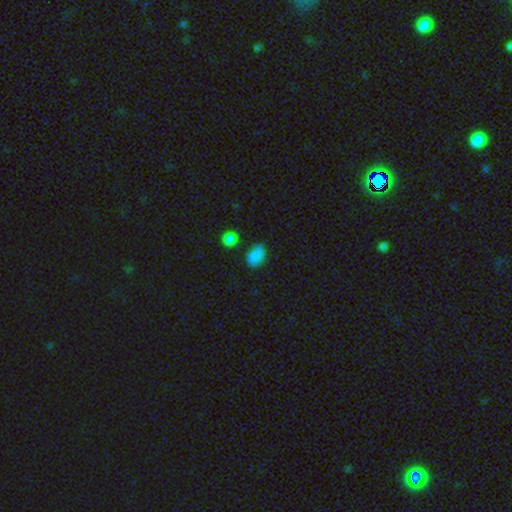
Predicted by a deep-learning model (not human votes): smooth 83%, star or artifact 10%, featured or disk 7%. Down the decision tree: how rounded — in between (81%); merging — none (69%).